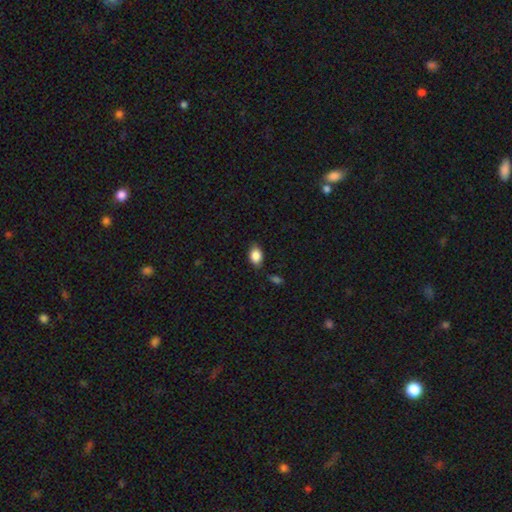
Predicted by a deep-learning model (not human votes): smooth 86%, star or artifact 8%, featured or disk 5%. Down the decision tree: how rounded — in between (81%); merging — none (78%).